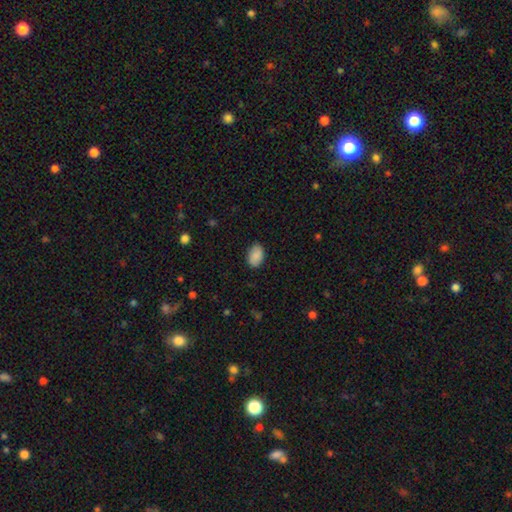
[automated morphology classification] Q: Smooth or featured?
A: smooth (90%); runner-up: star or artifact (7%)
Q: How rounded?
A: in between (88%); runner-up: round (11%)
Q: Merging?
A: none (87%); runner-up: minor disturbance (10%)